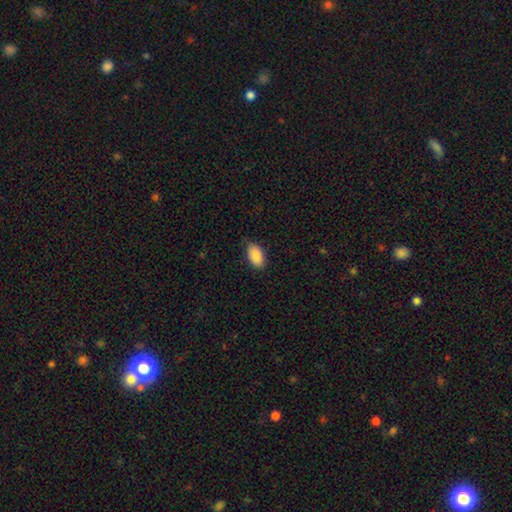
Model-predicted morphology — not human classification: This appears to be a smooth galaxy with no disk features (90%) that is in between round and cigar-shaped (94%). Merging: none (82%).